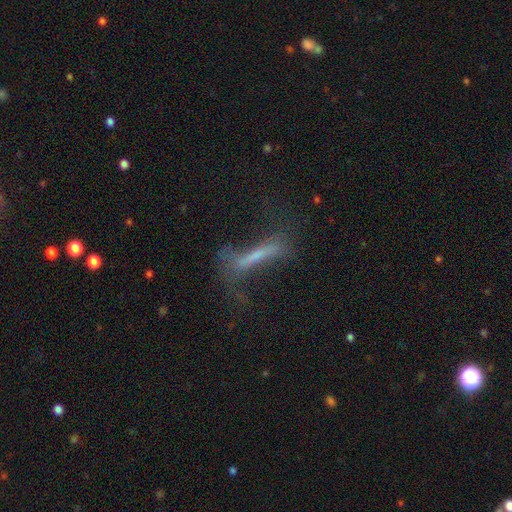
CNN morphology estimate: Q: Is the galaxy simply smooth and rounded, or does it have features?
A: featured or disk — 49%.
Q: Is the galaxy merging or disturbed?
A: none — 44%.